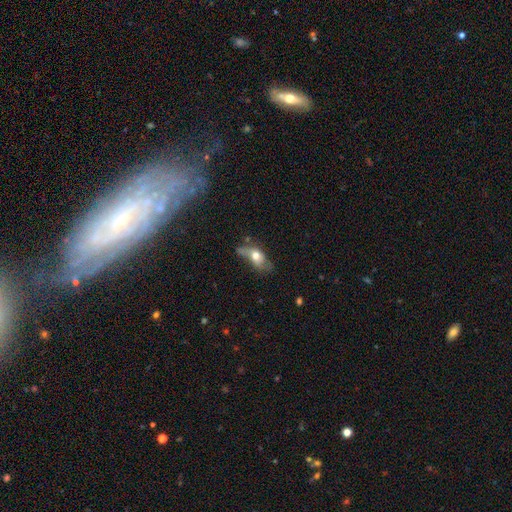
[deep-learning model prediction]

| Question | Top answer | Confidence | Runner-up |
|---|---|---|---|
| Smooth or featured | smooth | 60% | featured or disk (31%) |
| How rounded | in between | 79% | cigar-shaped (11%) |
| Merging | minor disturbance | 32% | major disturbance (30%) |